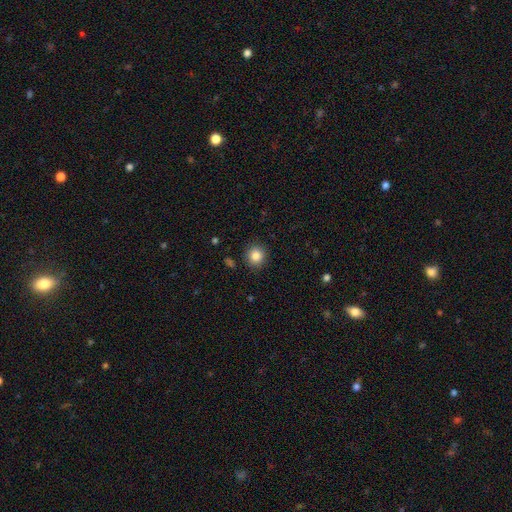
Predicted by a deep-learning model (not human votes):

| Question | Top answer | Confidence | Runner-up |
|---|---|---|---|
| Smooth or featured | smooth | 85% | star or artifact (10%) |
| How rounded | round | 89% | in between (10%) |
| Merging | none | 90% | minor disturbance (7%) |